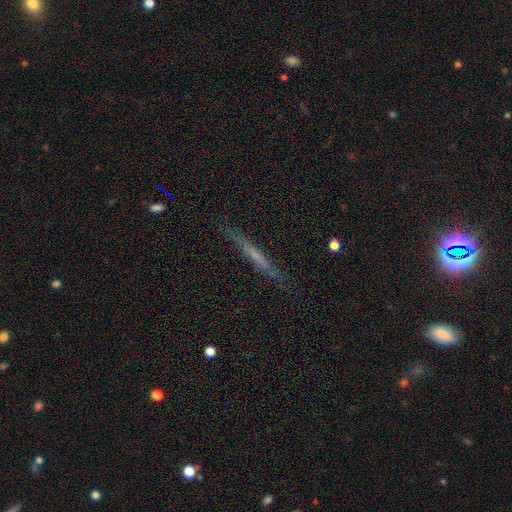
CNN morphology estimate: type=featured or disk (52%); edge-on=yes (94%); merging=none (86%).